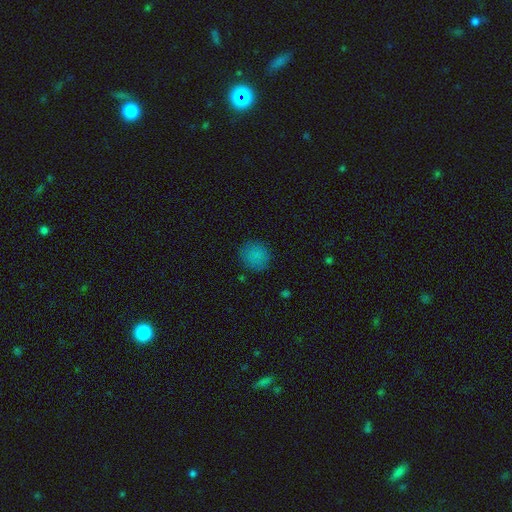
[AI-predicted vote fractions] A smooth galaxy with no disk features (82%) that is round (86%). Merging: none (84%).